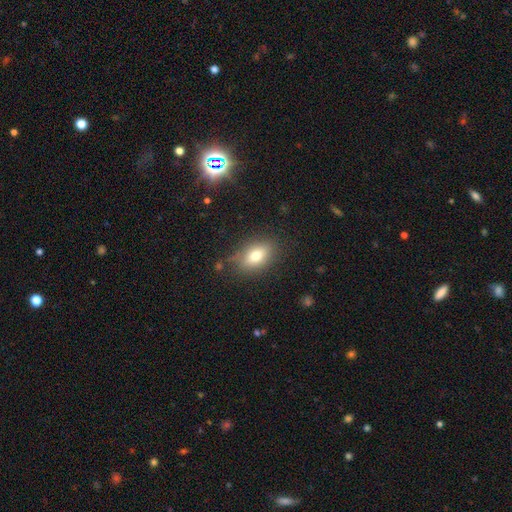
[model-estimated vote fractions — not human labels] Morphology: type=smooth (71%); roundness=in between (79%); merging=none (79%).